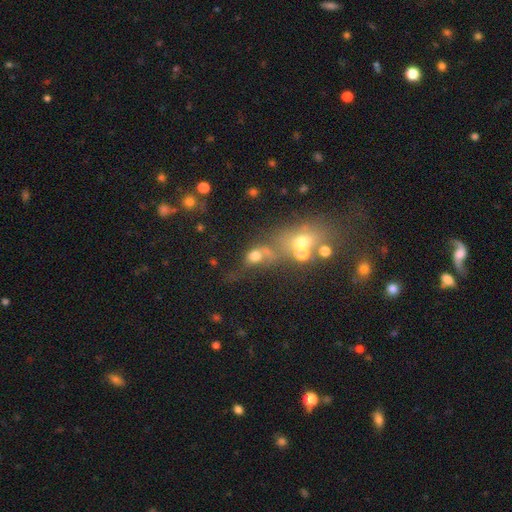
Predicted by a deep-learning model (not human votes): smooth 62%, star or artifact 19%, featured or disk 19%. Down the decision tree: how rounded — in between (49%); merging — merger (41%).